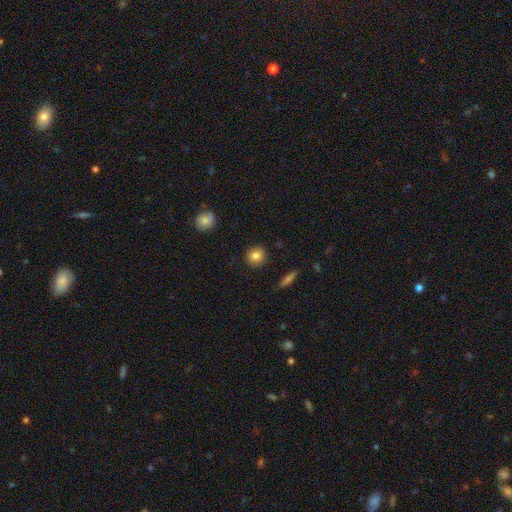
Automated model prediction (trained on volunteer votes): Morphology: type=smooth (83%); roundness=round (88%); merging=none (91%).